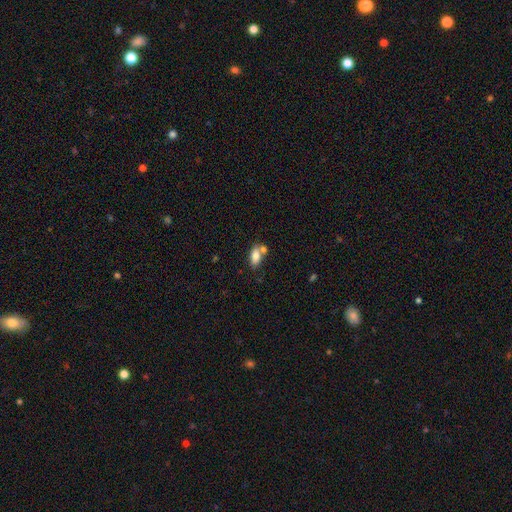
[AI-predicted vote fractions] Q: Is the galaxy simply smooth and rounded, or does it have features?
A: smooth — 79%.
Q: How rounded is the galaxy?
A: in between — 88%.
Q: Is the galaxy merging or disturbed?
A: none — 54%.